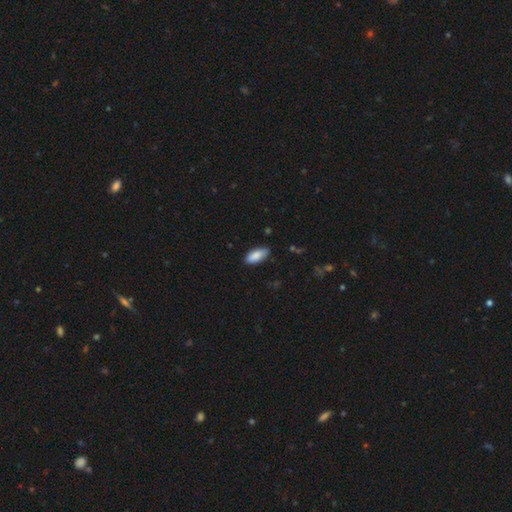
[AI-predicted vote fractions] Smooth or featured: smooth — 87% (featured or disk — 7%)
How rounded: in between — 85% (cigar-shaped — 13%)
Merging: none — 83% (minor disturbance — 14%)